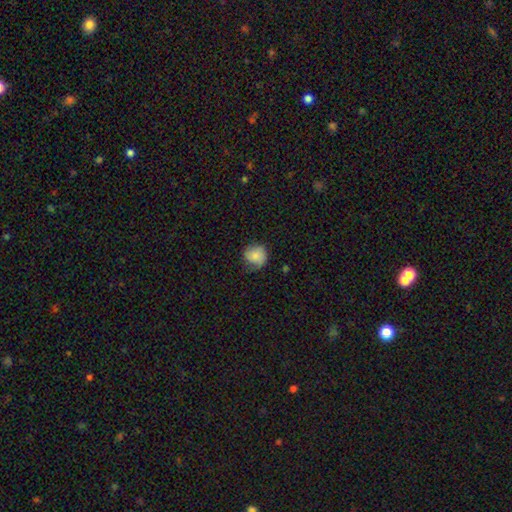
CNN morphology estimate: The model was most divided on "merging": none: 66%, minor disturbance: 26%, major disturbance: 7%, merger: 1%. More confident: how rounded — round (85%); smooth or featured — smooth (79%).